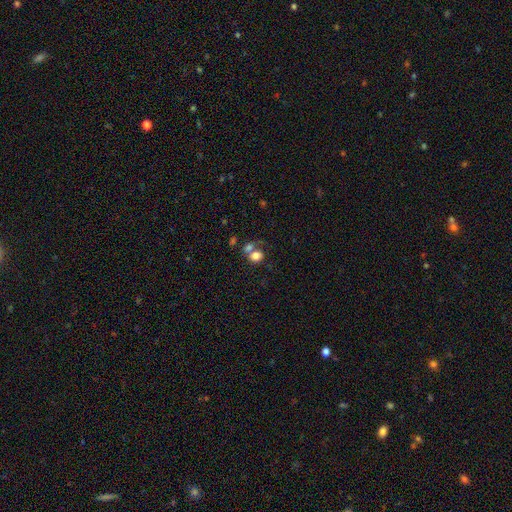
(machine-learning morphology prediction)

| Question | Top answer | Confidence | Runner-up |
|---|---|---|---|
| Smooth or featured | smooth | 74% | featured or disk (15%) |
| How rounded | round | 66% | in between (33%) |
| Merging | merger | 47% | none (33%) |